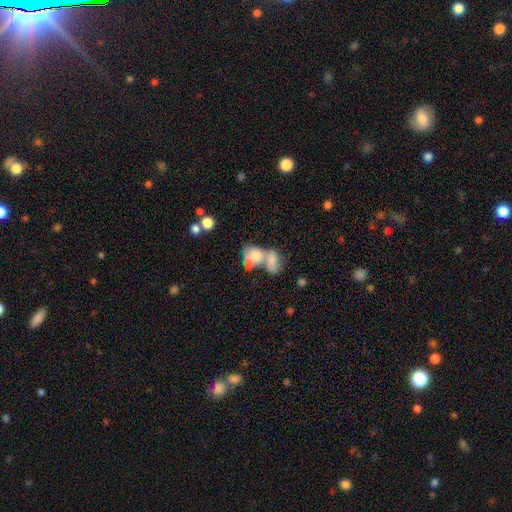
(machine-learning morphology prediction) Smooth or featured?
  - smooth: 60% *
  - featured or disk: 29%
  - star or artifact: 11%
How rounded?
  - in between: 77% *
  - round: 21%
  - cigar-shaped: 2%
Merging?
  - merger: 71% *
  - none: 13%
  - major disturbance: 9%
  - minor disturbance: 7%